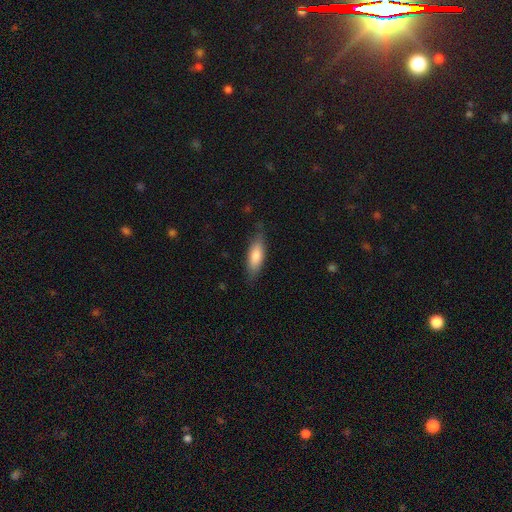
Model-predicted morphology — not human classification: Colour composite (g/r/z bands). It shows a smooth galaxy with no disk features (77%) that is in between round and cigar-shaped (57%). Merging: none (77%).